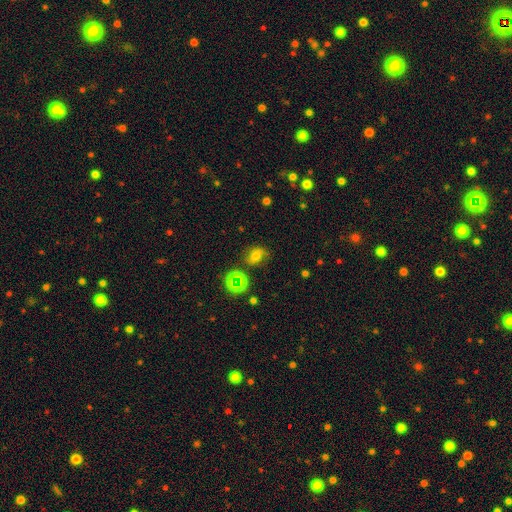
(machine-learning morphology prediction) A smooth galaxy with no disk features (54%) that is in between round and cigar-shaped (52%).

Vote fractions:
- Smooth or featured? smooth: 54% / star or artifact: 25% / featured or disk: 22%
- How rounded? in between: 52% / round: 46% / cigar-shaped: 2%
- Merging? none: 66% / minor disturbance: 21% / major disturbance: 9% / merger: 4%